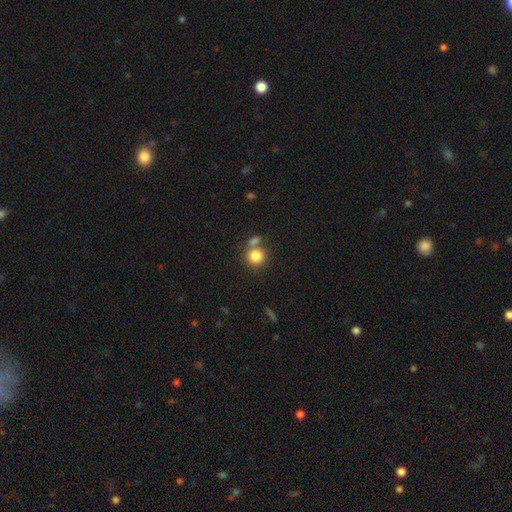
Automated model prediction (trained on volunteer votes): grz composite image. It shows a smooth galaxy with no disk features (83%) that is round (88%). Merging: none (59%).